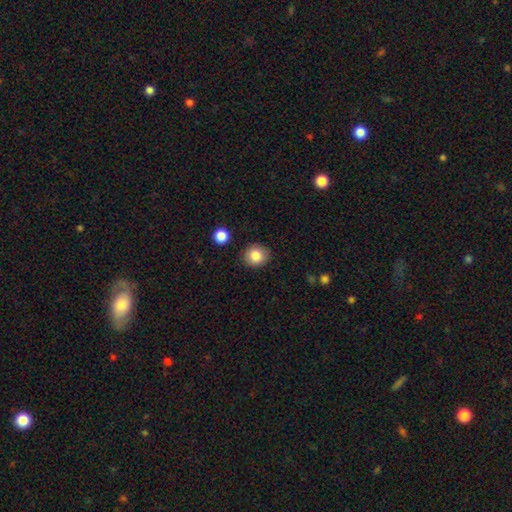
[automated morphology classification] This is clearly a smooth galaxy (85%). How rounded: clearly round (85%). Merging: clearly none (89%).